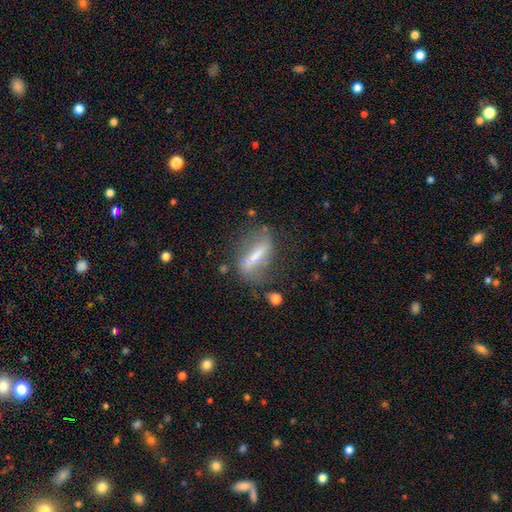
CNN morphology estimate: Smooth or featured?
  - featured or disk: 49% *
  - smooth: 41%
  - star or artifact: 10%
Merging?
  - none: 61% *
  - minor disturbance: 20%
  - major disturbance: 14%
  - merger: 4%